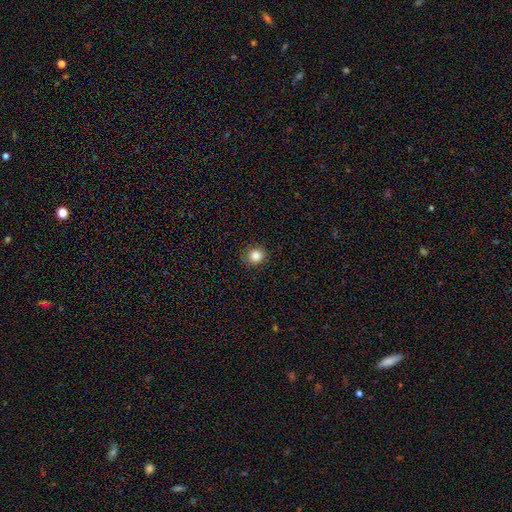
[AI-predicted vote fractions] smooth_or_featured: smooth (p=0.85) [alt: star or artifact p=0.11]
how_rounded: round (p=0.85) [alt: in between p=0.14]
merging: none (p=0.87) [alt: minor disturbance p=0.09]